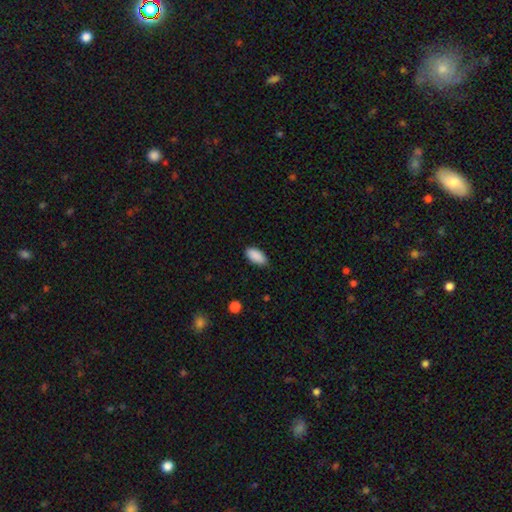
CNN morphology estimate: smooth-or-featured: smooth: 90% | star or artifact: 7% | featured or disk: 3%
  how-rounded: in between: 93% | cigar-shaped: 5% | round: 2%
  merging: none: 79% | minor disturbance: 17% | major disturbance: 2% | merger: 1%